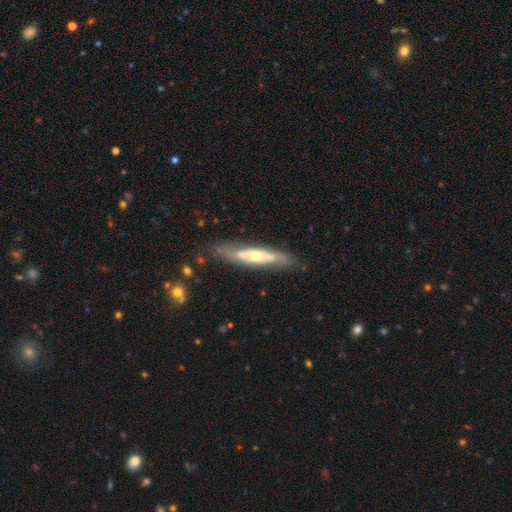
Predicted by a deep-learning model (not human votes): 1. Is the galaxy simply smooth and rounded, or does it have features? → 64% featured or disk, 30% smooth, 6% star or artifact.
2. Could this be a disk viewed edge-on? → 62% yes, 38% no.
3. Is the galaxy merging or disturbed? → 78% none, 15% minor disturbance, 5% major disturbance, 2% merger.